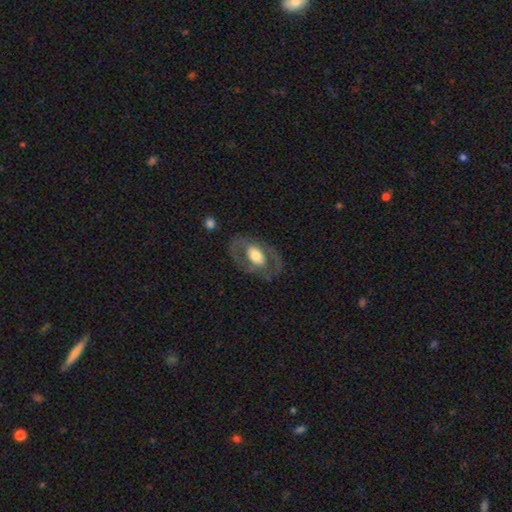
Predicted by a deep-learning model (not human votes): Smooth or featured?
  - featured or disk: 60% *
  - smooth: 34%
  - star or artifact: 6%
Edge-on disk?
  - no: 93% *
  - yes: 7%
Bar?
  - no: 63% *
  - weak: 24%
  - strong: 12%
Spiral arms?
  - no: 58% *
  - yes: 42%
Bulge size?
  - moderate: 49% *
  - large: 37%
  - small: 9%
  - dominant: 4%
  - none: 1%
Merging?
  - none: 72% *
  - minor disturbance: 15%
  - major disturbance: 12%
  - merger: 2%